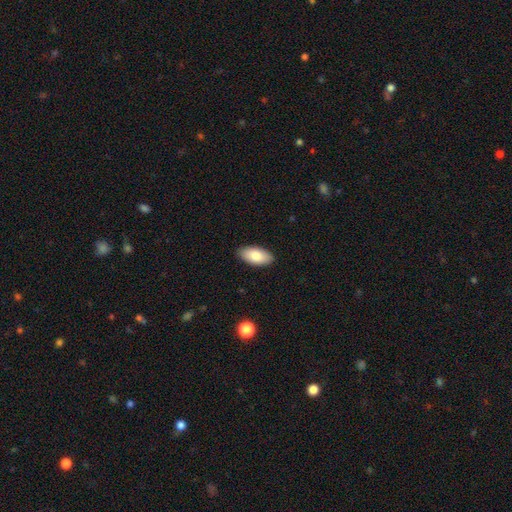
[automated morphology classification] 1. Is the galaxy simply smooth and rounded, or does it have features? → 83% smooth, 11% featured or disk, 6% star or artifact.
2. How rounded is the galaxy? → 94% in between, 4% cigar-shaped, 2% round.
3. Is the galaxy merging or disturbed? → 89% none, 8% minor disturbance, 2% major disturbance, 1% merger.